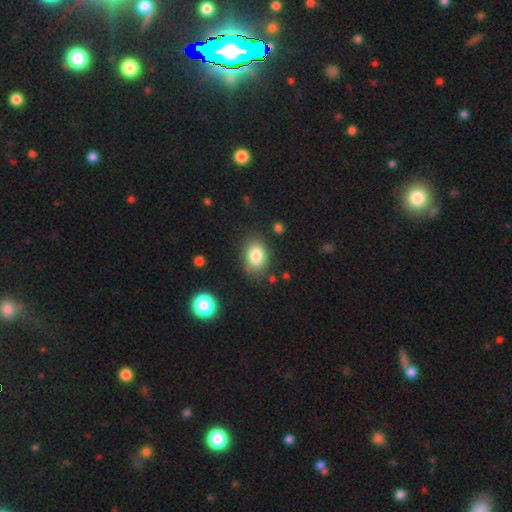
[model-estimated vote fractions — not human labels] Morphology: type=smooth (82%); roundness=in between (71%); merging=none (82%).